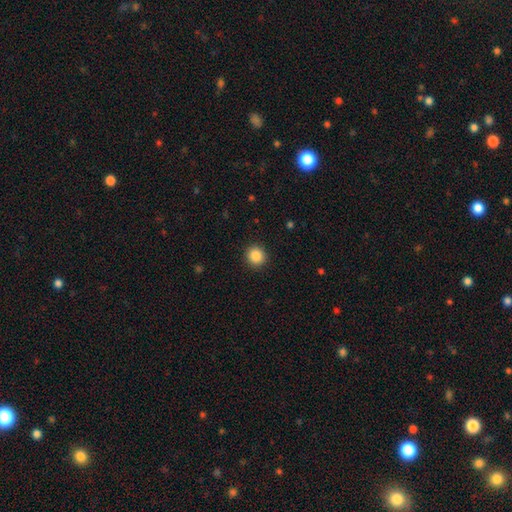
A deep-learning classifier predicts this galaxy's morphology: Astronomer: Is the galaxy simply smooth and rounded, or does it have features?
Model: smooth — 87%.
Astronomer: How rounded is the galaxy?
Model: round — 91%.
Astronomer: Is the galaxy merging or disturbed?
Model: none — 92%.